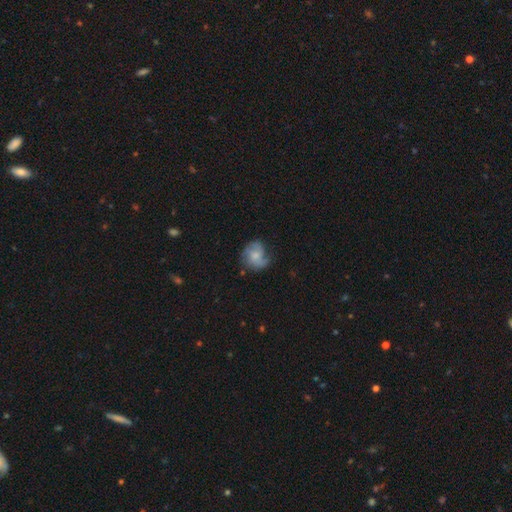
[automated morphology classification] type=featured or disk (56%); edge-on=no (98%); bar=no (74%); spiral arms=yes (88%); bulge=small (49%); merging=none (58%).